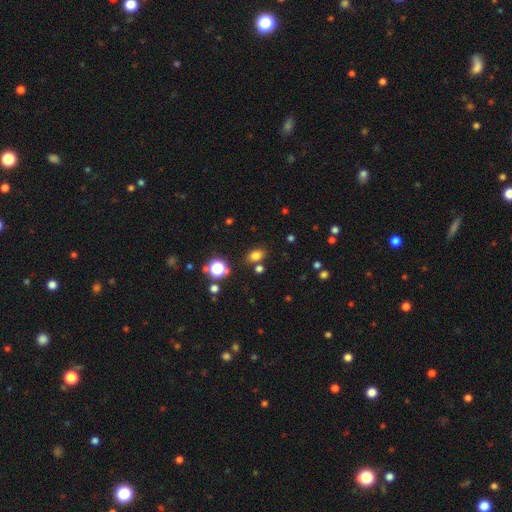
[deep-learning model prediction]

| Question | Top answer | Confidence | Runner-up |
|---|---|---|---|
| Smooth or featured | smooth | 76% | star or artifact (18%) |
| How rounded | in between | 72% | round (26%) |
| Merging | none | 77% | minor disturbance (11%) |